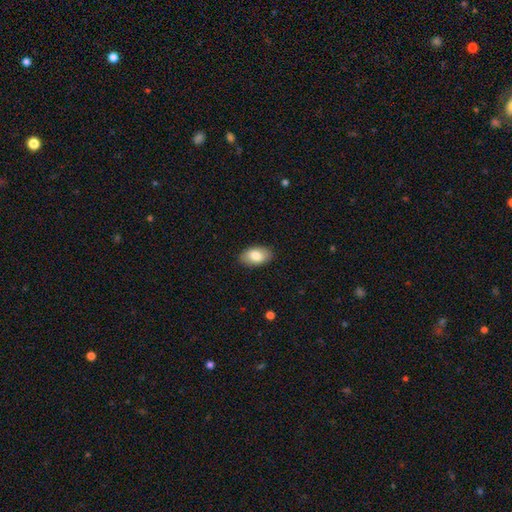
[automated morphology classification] smooth-or-featured: smooth: 82% | featured or disk: 12% | star or artifact: 6%
  how-rounded: in between: 93% | round: 5% | cigar-shaped: 2%
  merging: none: 87% | minor disturbance: 10% | major disturbance: 2% | merger: 1%